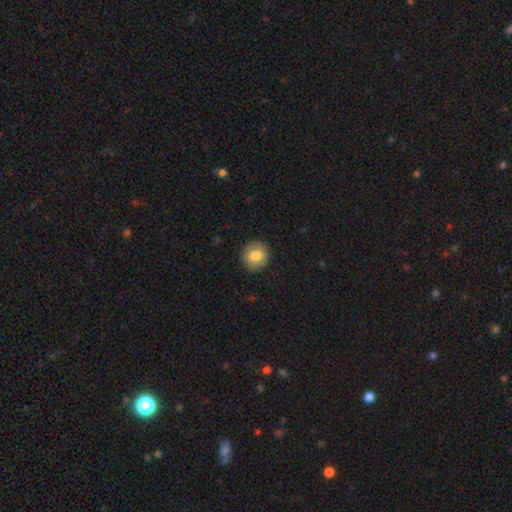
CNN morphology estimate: This is likely a smooth galaxy (73%). How rounded: clearly round (86%). Merging: clearly none (87%).